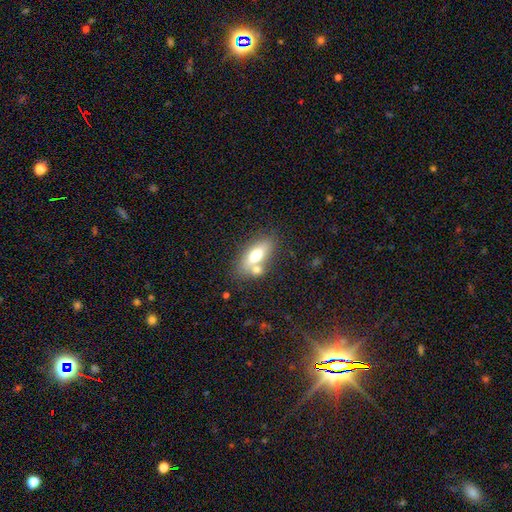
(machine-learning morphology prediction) Smooth or featured: smooth — 66% (featured or disk — 26%)
How rounded: in between — 79% (cigar-shaped — 16%)
Merging: none — 57% (merger — 25%)